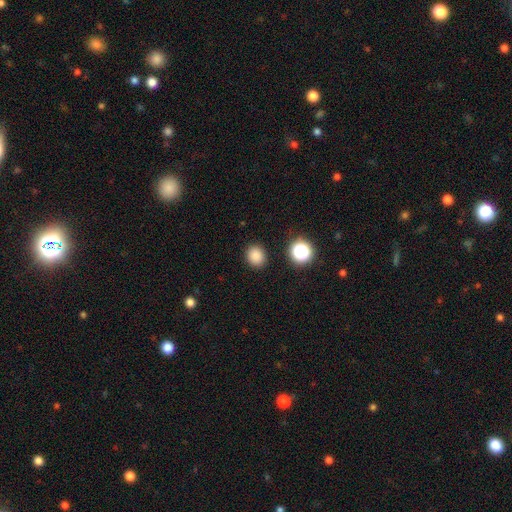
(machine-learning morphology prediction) This is clearly a smooth galaxy (83%). How rounded: likely round (72%). Merging: clearly none (89%).